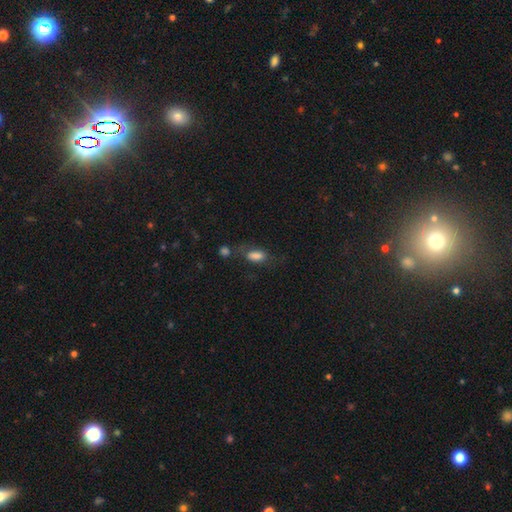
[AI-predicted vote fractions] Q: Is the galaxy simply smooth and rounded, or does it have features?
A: smooth — 78%.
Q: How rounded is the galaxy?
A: in between — 82%.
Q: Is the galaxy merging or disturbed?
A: none — 51%.